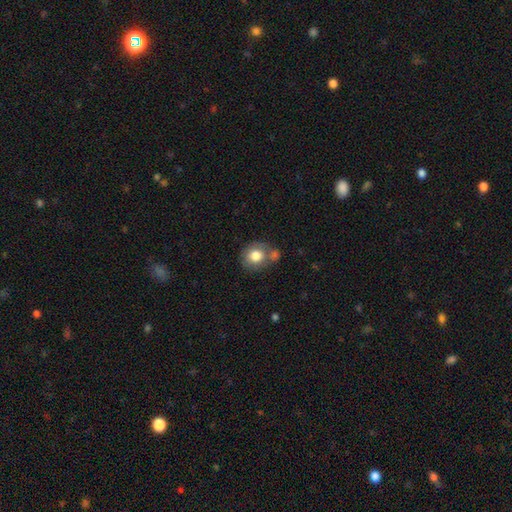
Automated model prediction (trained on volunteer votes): Overall: smooth (78%). How rounded: round (73%). Merging: none (52%; merger 26%).